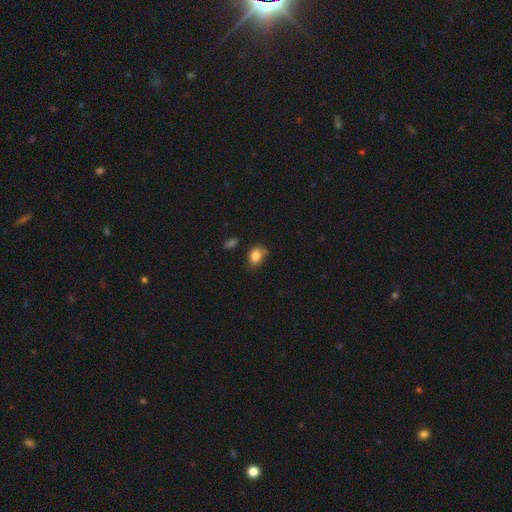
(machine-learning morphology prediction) This appears to be a smooth galaxy with no disk features (84%) that is in between round and cigar-shaped (64%). Merging: none (65%).